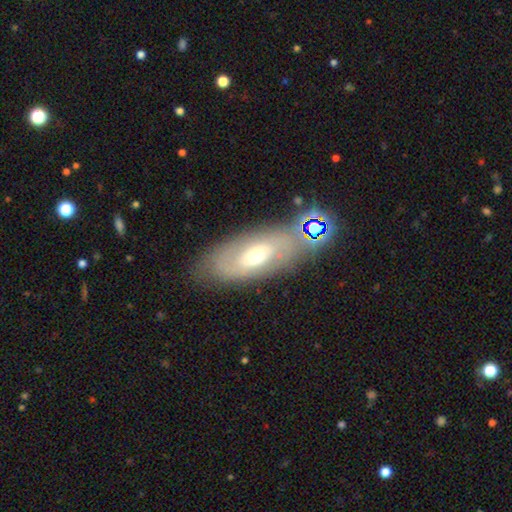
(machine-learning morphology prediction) A featured or disk galaxy (46%). Merging: none (69%).